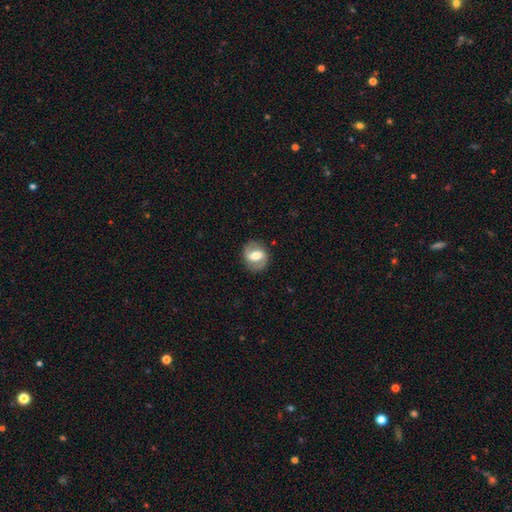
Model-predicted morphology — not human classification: smooth_or_featured: featured or disk (p=0.59) [alt: smooth p=0.34]
disk_edge_on: no (p=0.95) [alt: yes p=0.05]
bar: strong (p=0.41) [alt: weak p=0.40]
has_spiral_arms: yes (p=0.73) [alt: no p=0.27]
bulge_size: moderate (p=0.62) [alt: large p=0.21]
merging: none (p=0.84) [alt: minor disturbance p=0.11]